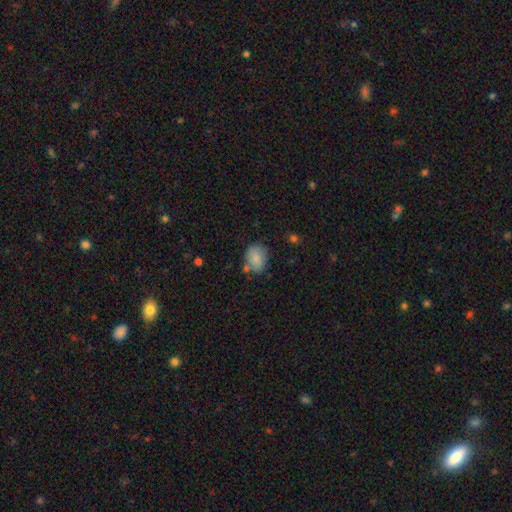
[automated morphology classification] smooth-or-featured: smooth: 84% | star or artifact: 8% | featured or disk: 8%
  how-rounded: in between: 60% | round: 39% | cigar-shaped: 1%
  merging: none: 67% | minor disturbance: 19% | merger: 9% | major disturbance: 5%